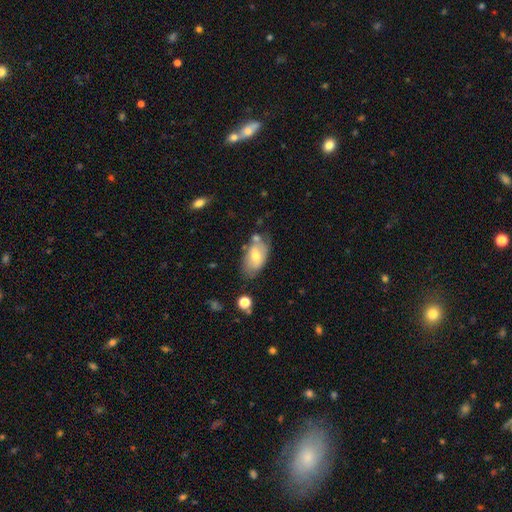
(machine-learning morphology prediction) Smooth or featured? Predicted: smooth (p=0.65). How rounded? Predicted: in between (p=0.93). Merging? Predicted: none (p=0.59).